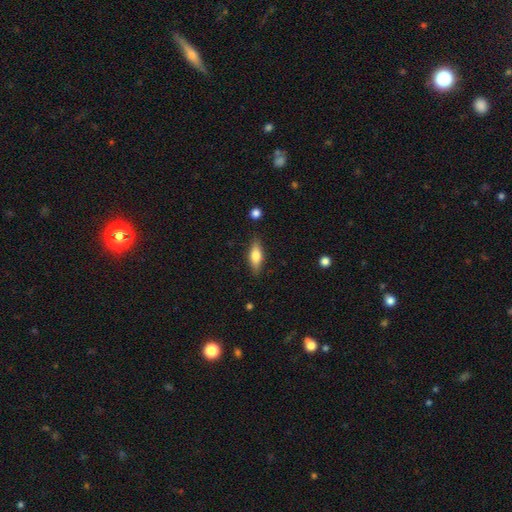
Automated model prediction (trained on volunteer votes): Smooth or featured? smooth (64%)
How rounded? in between (60%)
Merging? none (84%)